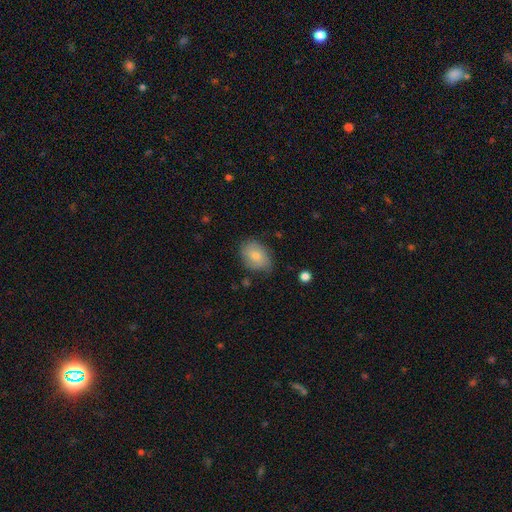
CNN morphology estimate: Smooth or featured: smooth — 73% (featured or disk — 20%)
How rounded: in between — 74% (round — 25%)
Merging: none — 64% (minor disturbance — 28%)